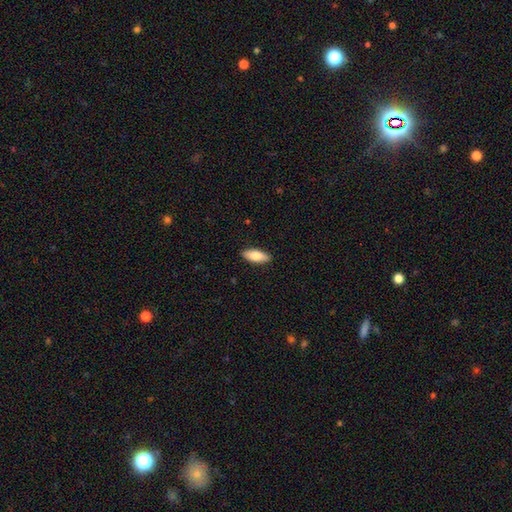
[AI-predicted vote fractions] Smooth or featured: smooth — 80% (featured or disk — 14%)
How rounded: in between — 76% (cigar-shaped — 22%)
Merging: none — 90% (minor disturbance — 8%)